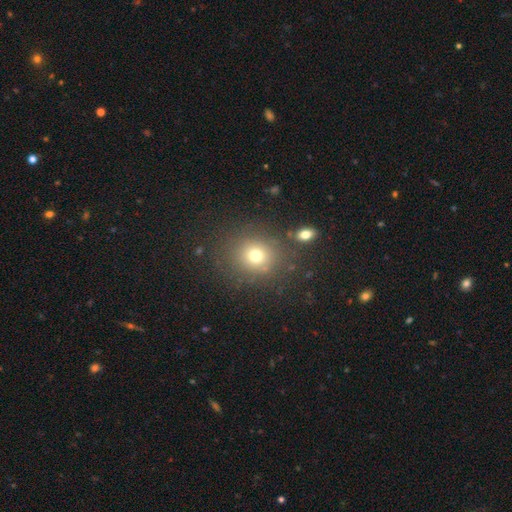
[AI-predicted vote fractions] A smooth galaxy with no disk features (72%) that is round (81%). Merging: none (81%).